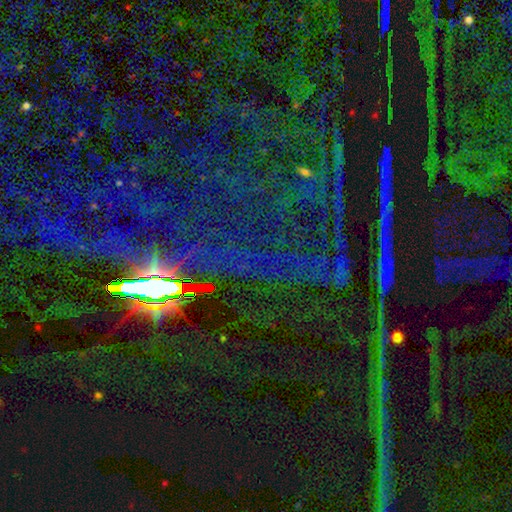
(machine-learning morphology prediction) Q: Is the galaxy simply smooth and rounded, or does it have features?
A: star or artifact — 85%.